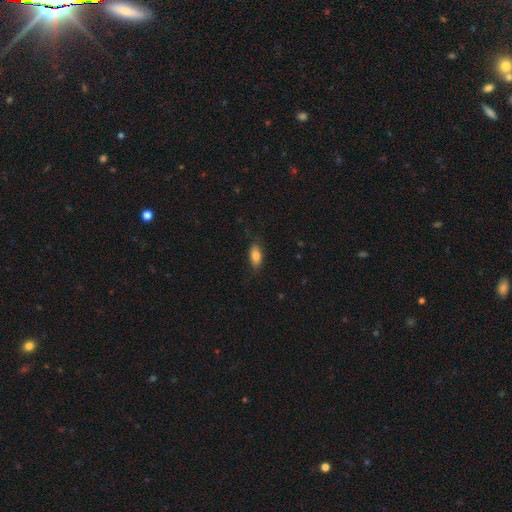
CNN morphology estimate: Smooth or featured? smooth (82%)
How rounded? in between (83%)
Merging? none (82%)